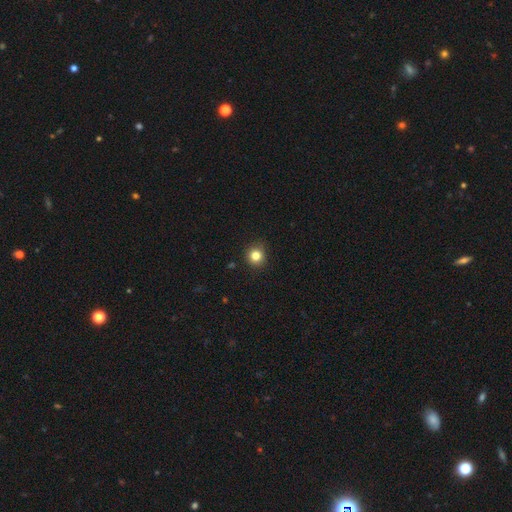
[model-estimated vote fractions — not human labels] Q: Smooth or featured?
A: smooth (82%); runner-up: star or artifact (13%)
Q: How rounded?
A: round (92%); runner-up: in between (7%)
Q: Merging?
A: none (90%); runner-up: minor disturbance (7%)